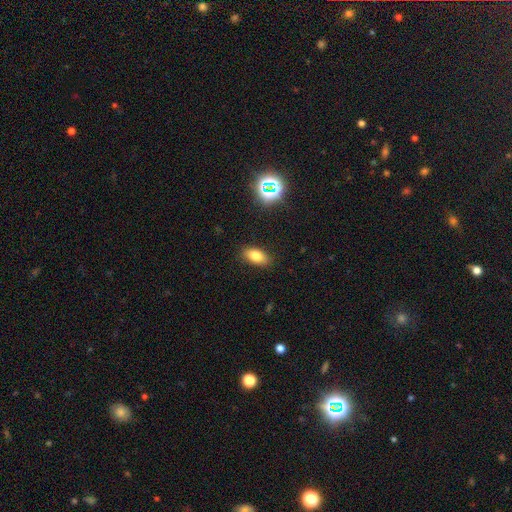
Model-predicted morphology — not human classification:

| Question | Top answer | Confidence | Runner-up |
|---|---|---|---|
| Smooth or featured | smooth | 78% | star or artifact (12%) |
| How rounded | in between | 88% | cigar-shaped (7%) |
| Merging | none | 87% | minor disturbance (9%) |